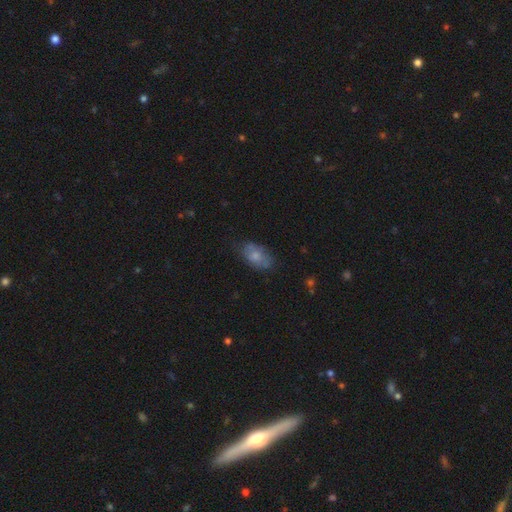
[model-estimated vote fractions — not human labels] A smooth galaxy with no disk features (69%) that is in between round and cigar-shaped (90%). Merging: none (61%).